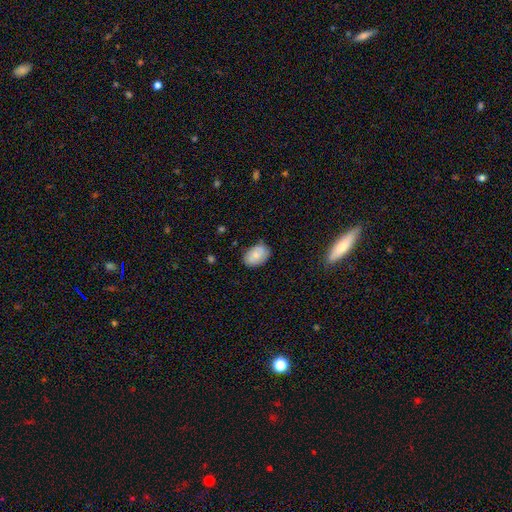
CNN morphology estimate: smooth 68%, featured or disk 25%, star or artifact 7%. Down the decision tree: how rounded — in between (84%); merging — none (76%).